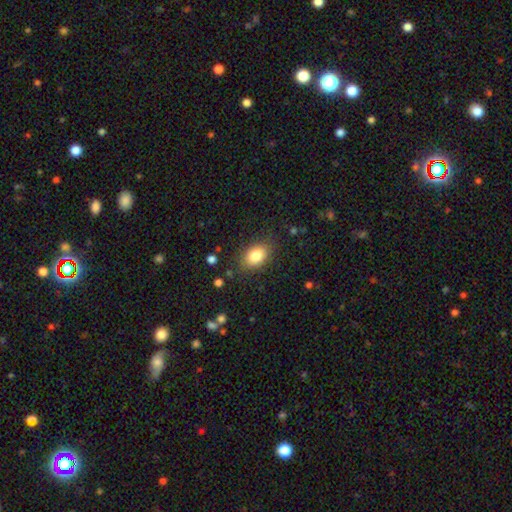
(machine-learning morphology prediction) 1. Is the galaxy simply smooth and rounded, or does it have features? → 83% smooth, 9% featured or disk, 8% star or artifact.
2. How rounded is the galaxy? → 81% in between, 17% round, 1% cigar-shaped.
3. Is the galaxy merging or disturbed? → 82% none, 12% minor disturbance, 4% major disturbance, 1% merger.